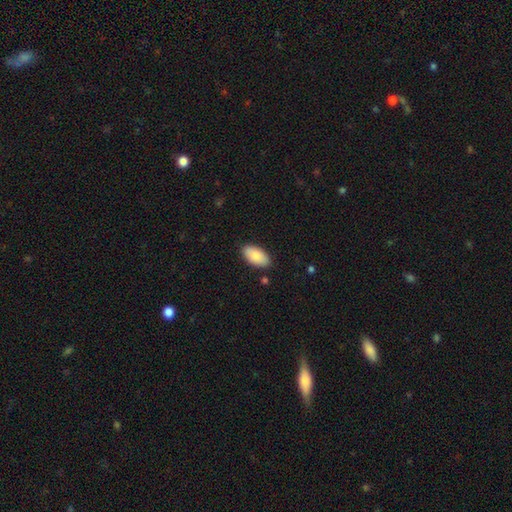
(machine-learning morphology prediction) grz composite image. It shows a smooth galaxy with no disk features (86%) that is in between round and cigar-shaped (95%). Merging: none (86%).